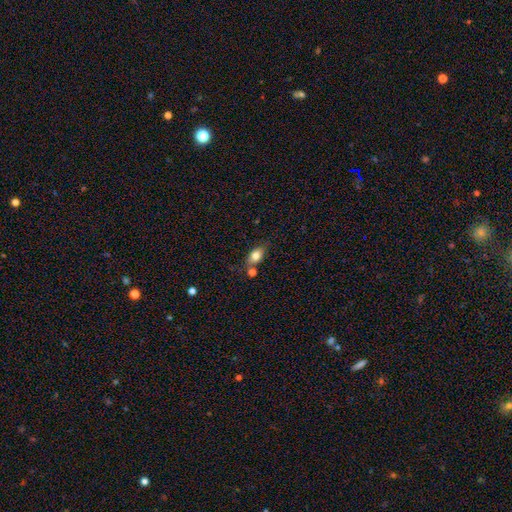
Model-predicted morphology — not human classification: type=smooth (81%); roundness=in between (81%); merging=none (64%).